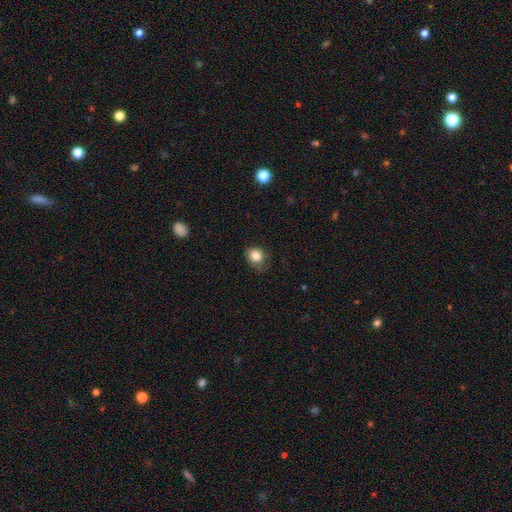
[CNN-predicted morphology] smooth_or_featured: smooth (p=0.82) [alt: star or artifact p=0.10]
how_rounded: round (p=0.63) [alt: in between p=0.36]
merging: none (p=0.62) [alt: minor disturbance p=0.28]